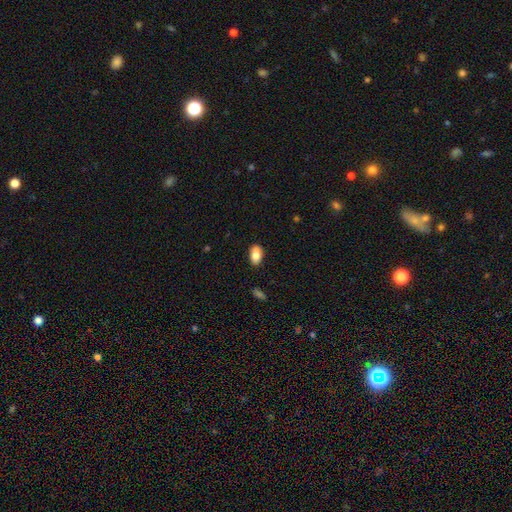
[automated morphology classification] Smooth or featured: smooth — 79% (featured or disk — 13%)
How rounded: in between — 91% (round — 6%)
Merging: none — 79% (minor disturbance — 15%)